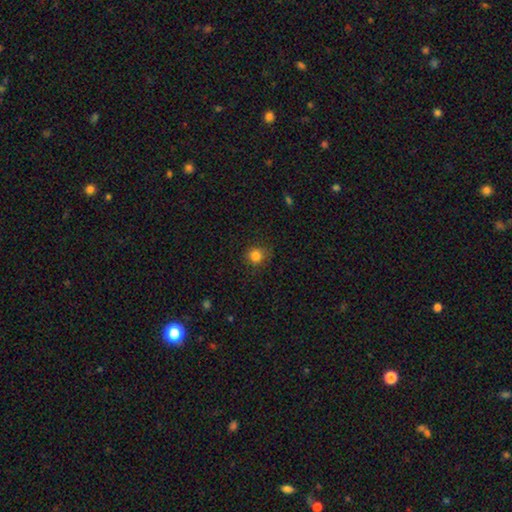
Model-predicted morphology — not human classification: type=smooth (84%); roundness=round (91%); merging=none (85%).